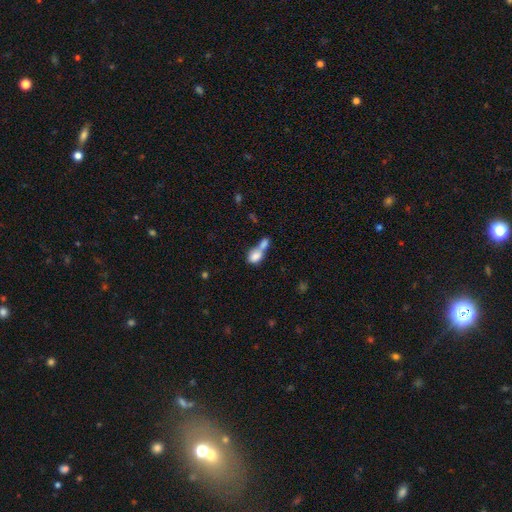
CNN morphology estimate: Smooth or featured: smooth — 77% (featured or disk — 14%)
How rounded: in between — 66% (round — 30%)
Merging: merger — 72% (none — 16%)